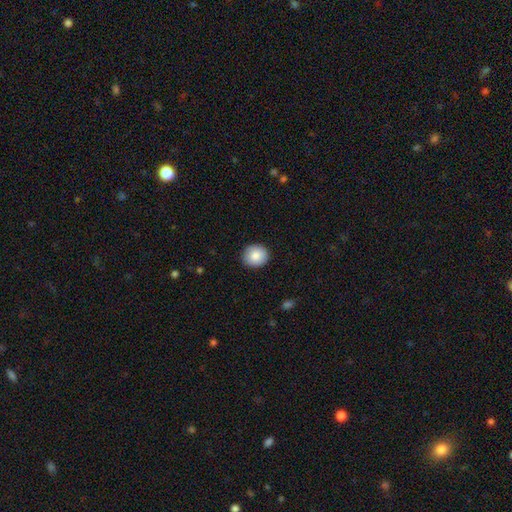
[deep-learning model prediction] smooth-or-featured: smooth: 85% | featured or disk: 7% | star or artifact: 7%
  how-rounded: round: 81% | in between: 18% | cigar-shaped: 1%
  merging: none: 90% | minor disturbance: 7% | major disturbance: 2% | merger: 1%